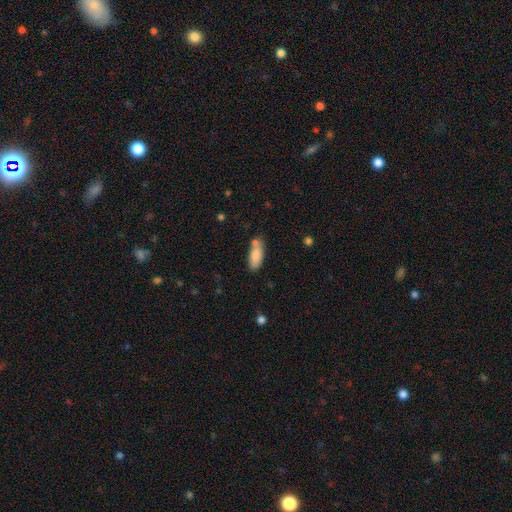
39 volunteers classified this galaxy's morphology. Smooth or featured?
  - smooth: 82% *
  - featured or disk: 10%
  - star or artifact: 8%
How rounded?
  - in between: 62% *
  - cigar-shaped: 38%
  - round: 0%
Merging?
  - none: 56% *
  - minor disturbance: 25%
  - merger: 19%
  - major disturbance: 0%